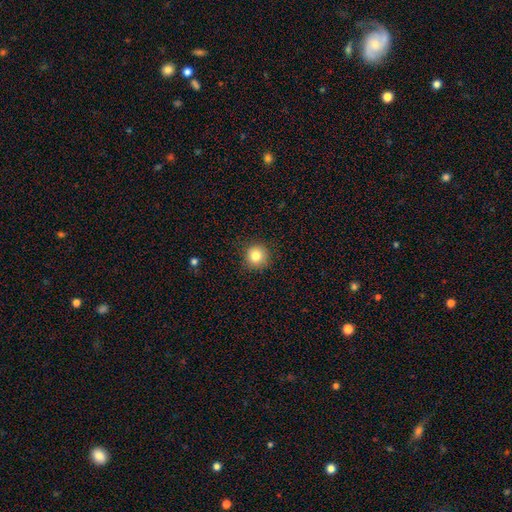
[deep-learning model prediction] smooth 82%, star or artifact 11%, featured or disk 7%. Down the decision tree: how rounded — round (94%); merging — none (89%).